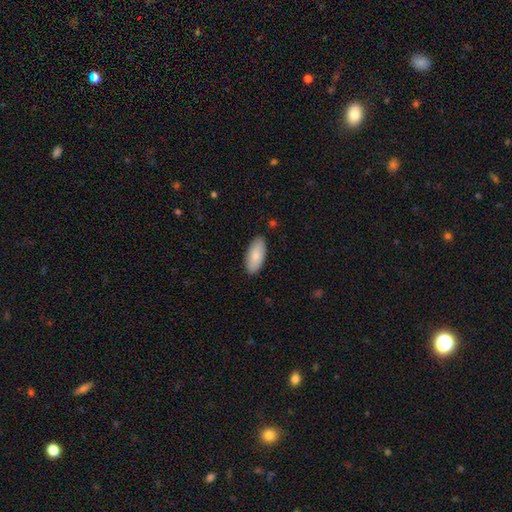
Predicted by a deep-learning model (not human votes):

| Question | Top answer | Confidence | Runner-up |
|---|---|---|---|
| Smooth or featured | smooth | 85% | featured or disk (10%) |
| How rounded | in between | 90% | cigar-shaped (8%) |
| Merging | none | 87% | minor disturbance (9%) |